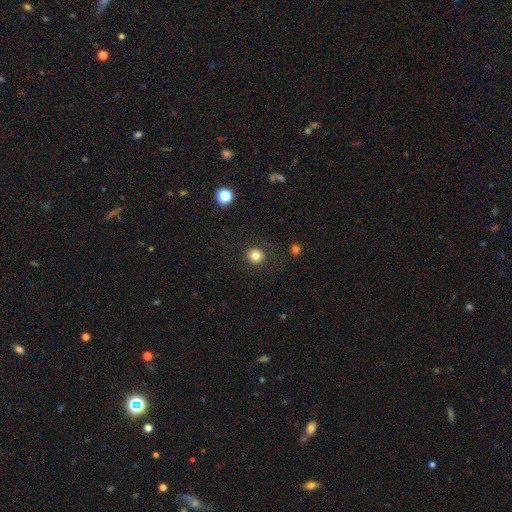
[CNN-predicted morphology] smooth 82%, star or artifact 12%, featured or disk 6%. Down the decision tree: how rounded — round (90%); merging — none (87%).